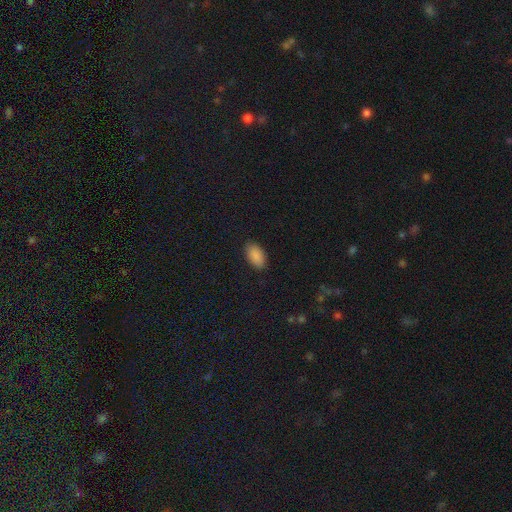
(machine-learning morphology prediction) Overall: smooth (89%). How rounded: in between (95%). Merging: none (88%).